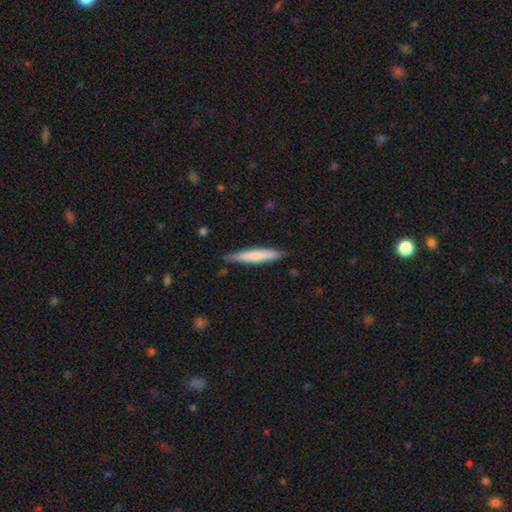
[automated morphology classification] The model was most divided on "smooth or featured": smooth: 70%, featured or disk: 24%, star or artifact: 5%. More confident: how rounded — cigar-shaped (91%); merging — none (82%).